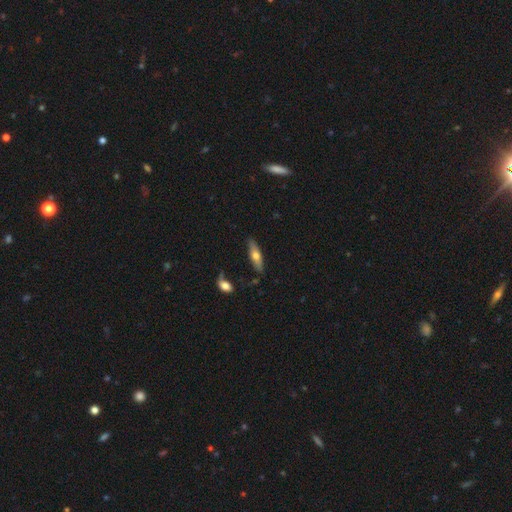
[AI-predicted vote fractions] Q: Smooth or featured?
A: smooth (54%); runner-up: featured or disk (40%)
Q: How rounded?
A: cigar-shaped (60%); runner-up: in between (37%)
Q: Merging?
A: none (80%); runner-up: minor disturbance (13%)